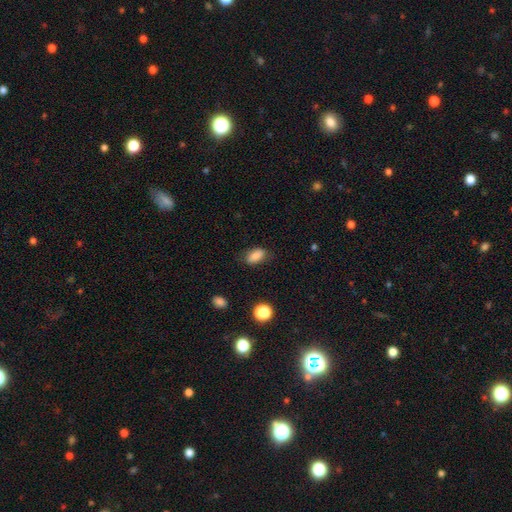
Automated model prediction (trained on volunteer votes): Q: Smooth or featured?
A: smooth (84%); runner-up: star or artifact (9%)
Q: How rounded?
A: in between (89%); runner-up: round (8%)
Q: Merging?
A: none (78%); runner-up: minor disturbance (16%)